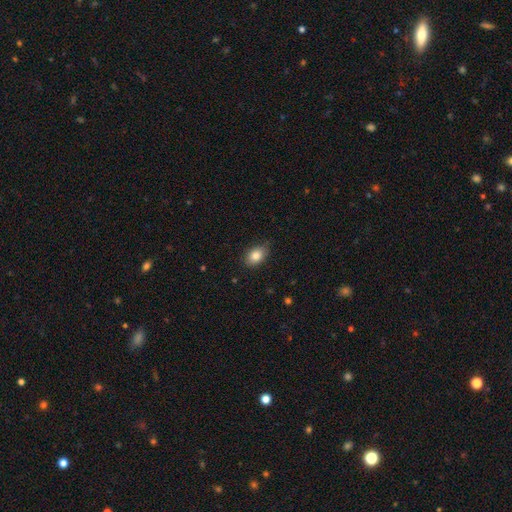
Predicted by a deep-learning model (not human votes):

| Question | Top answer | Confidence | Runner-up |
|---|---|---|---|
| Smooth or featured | smooth | 84% | star or artifact (8%) |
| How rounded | in between | 80% | round (19%) |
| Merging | none | 80% | minor disturbance (16%) |